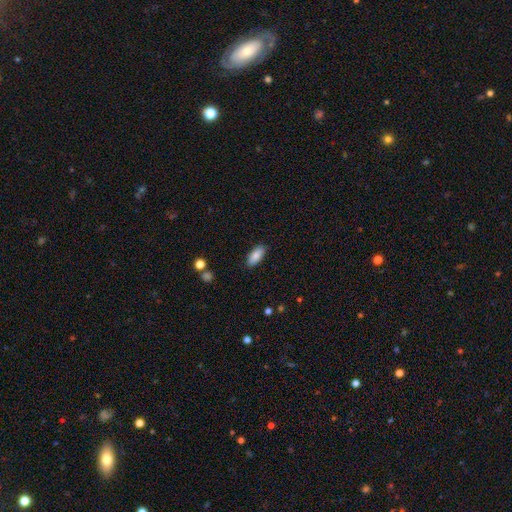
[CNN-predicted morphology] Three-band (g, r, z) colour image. It shows a smooth galaxy with no disk features (86%) that is in between round and cigar-shaped (88%). Merging: none (87%).